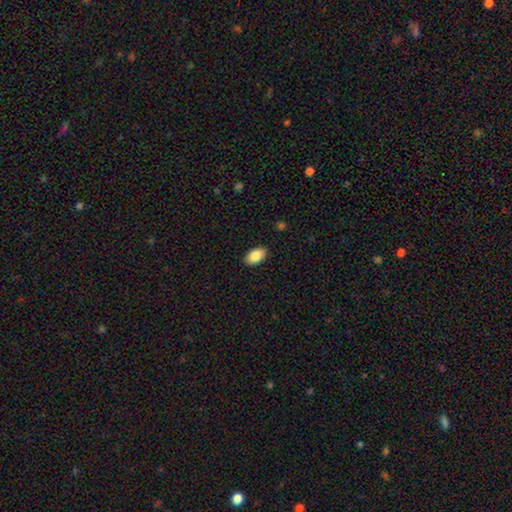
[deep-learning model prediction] Morphology: type=smooth (87%); roundness=in between (94%); merging=none (89%).